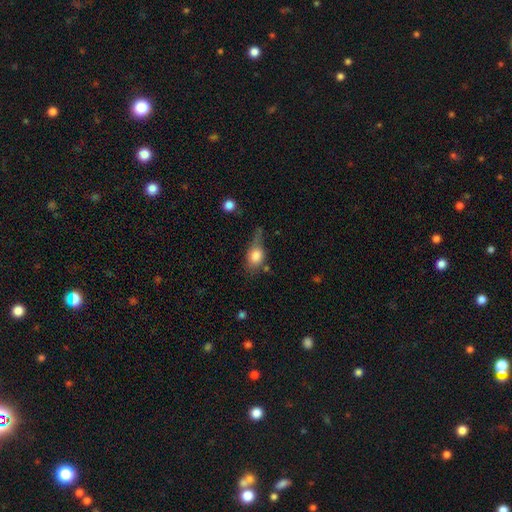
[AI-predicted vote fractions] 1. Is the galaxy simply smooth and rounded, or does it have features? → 76% smooth, 16% featured or disk, 9% star or artifact.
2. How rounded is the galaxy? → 67% in between, 28% round, 5% cigar-shaped.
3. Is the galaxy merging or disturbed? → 35% none, 34% minor disturbance, 21% major disturbance, 9% merger.